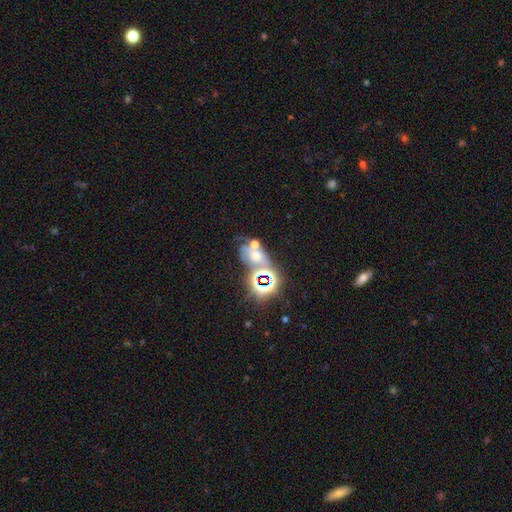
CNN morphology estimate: smooth-or-featured: star or artifact: 49% | featured or disk: 28% | smooth: 22%